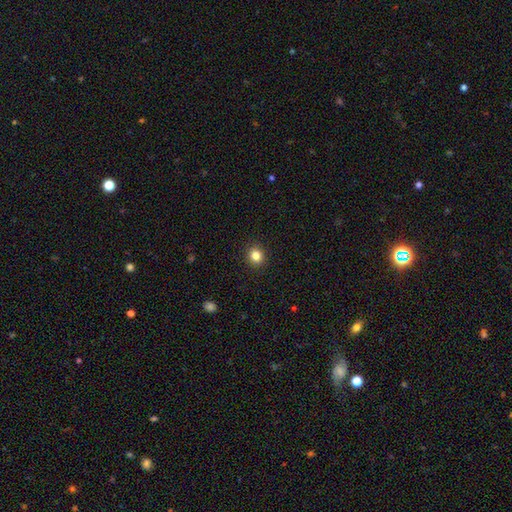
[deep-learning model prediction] Smooth or featured: smooth — 83% (star or artifact — 12%)
How rounded: round — 83% (in between — 16%)
Merging: none — 92% (minor disturbance — 6%)